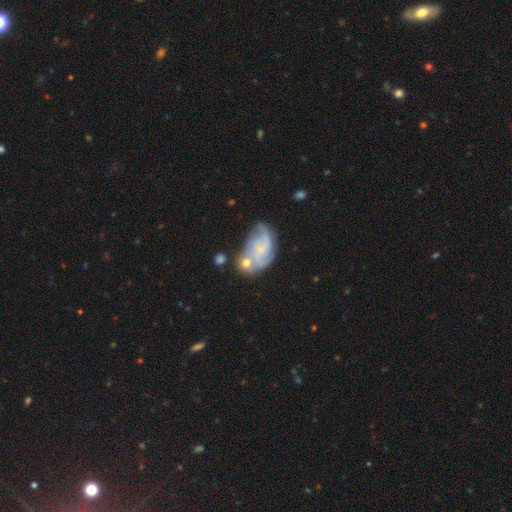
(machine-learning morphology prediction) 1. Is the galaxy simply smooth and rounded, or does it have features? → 69% featured or disk, 22% smooth, 9% star or artifact.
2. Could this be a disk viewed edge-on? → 97% no, 3% yes.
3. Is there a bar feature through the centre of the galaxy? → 72% no, 24% weak, 4% strong.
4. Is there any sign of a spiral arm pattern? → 85% yes, 15% no.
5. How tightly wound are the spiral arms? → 41% medium, 39% tight, 21% loose.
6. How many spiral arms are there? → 35% can't tell, 25% 2, 23% 3, 7% 4, 6% 1, 4% more than 4.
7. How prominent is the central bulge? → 70% small, 15% moderate, 13% none, 1% large, 1% dominant.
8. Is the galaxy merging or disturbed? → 40% none, 23% merger, 23% minor disturbance, 14% major disturbance.